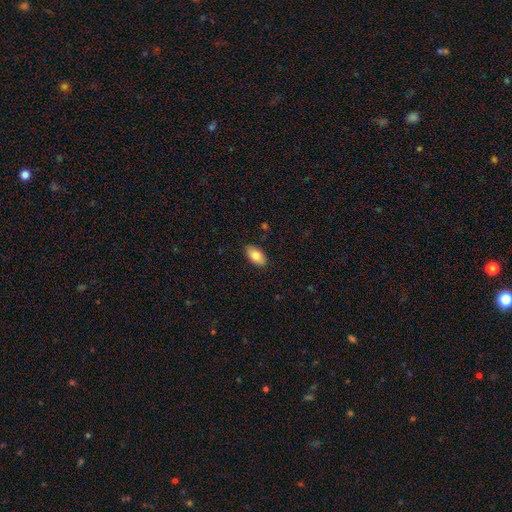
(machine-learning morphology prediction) A smooth galaxy with no disk features (83%) that is in between round and cigar-shaped (94%).

Vote fractions:
- Smooth or featured? smooth: 83% / featured or disk: 11% / star or artifact: 7%
- How rounded? in between: 94% / round: 4% / cigar-shaped: 3%
- Merging? none: 85% / minor disturbance: 12% / major disturbance: 2% / merger: 1%